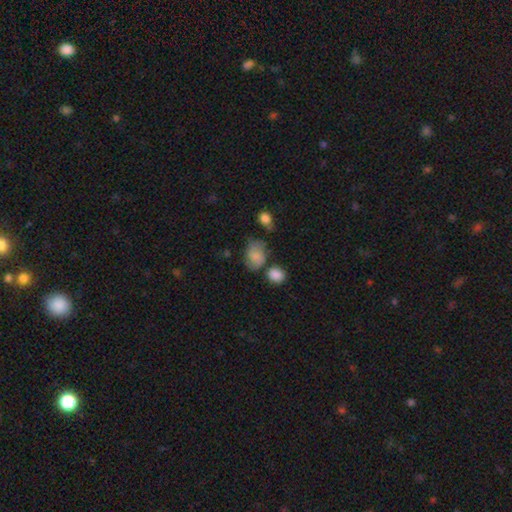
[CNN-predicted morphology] The model was most divided on "merging": none: 48%, minor disturbance: 28%, major disturbance: 13%, merger: 11%. More confident: smooth or featured — smooth (71%); how rounded — in between (63%).